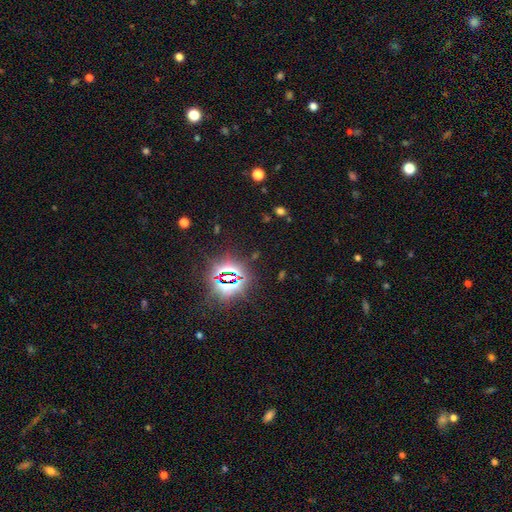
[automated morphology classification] This appears to be a star or artifact, not a galaxy (81%).